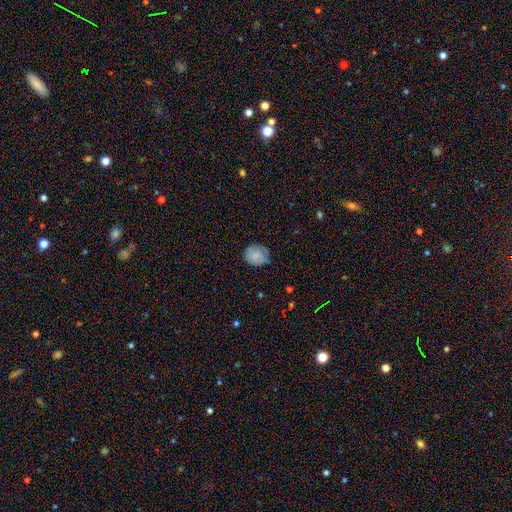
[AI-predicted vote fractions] smooth-or-featured: smooth: 74% | featured or disk: 17% | star or artifact: 9%
  how-rounded: round: 76% | in between: 23% | cigar-shaped: 1%
  merging: none: 68% | minor disturbance: 25% | major disturbance: 6% | merger: 1%